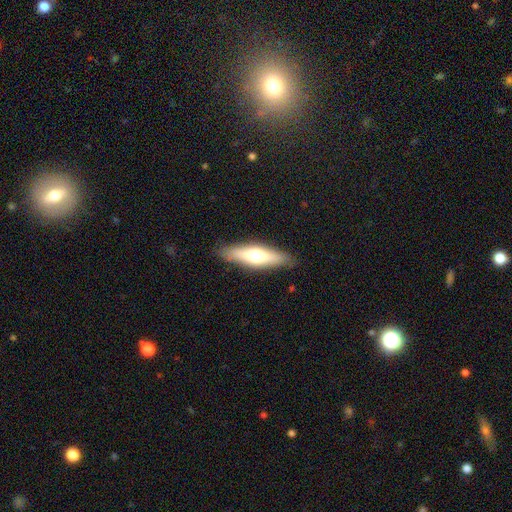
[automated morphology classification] Q: Smooth or featured?
A: smooth (52%); runner-up: featured or disk (42%)
Q: How rounded?
A: cigar-shaped (63%); runner-up: in between (35%)
Q: Merging?
A: none (87%); runner-up: minor disturbance (10%)